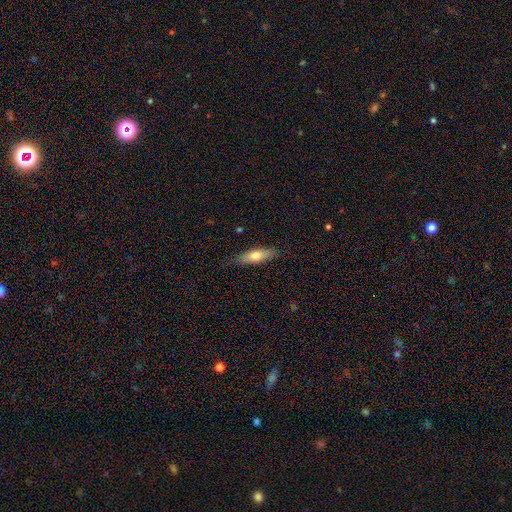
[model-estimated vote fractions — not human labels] smooth 71%, featured or disk 23%, star or artifact 6%. Down the decision tree: how rounded — cigar-shaped (51%); merging — none (80%).